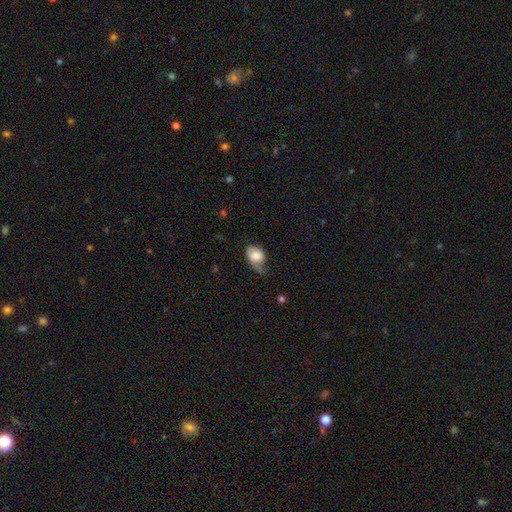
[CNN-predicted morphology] Overall: smooth (69%). How rounded: in between (76%). Merging: minor disturbance (36%; major disturbance 31%).